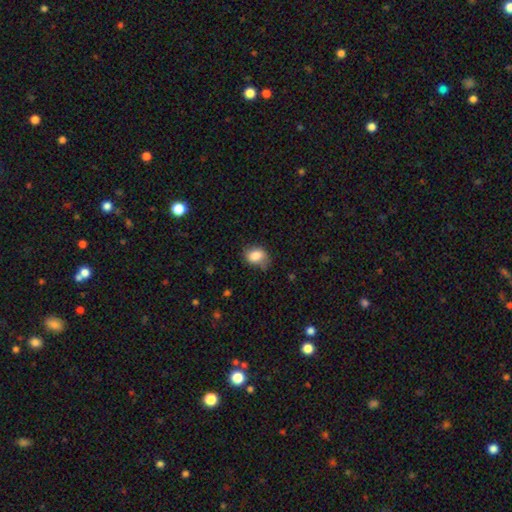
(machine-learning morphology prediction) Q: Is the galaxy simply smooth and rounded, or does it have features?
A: smooth — 83%.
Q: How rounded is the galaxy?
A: in between — 59%.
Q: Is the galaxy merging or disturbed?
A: none — 66%.